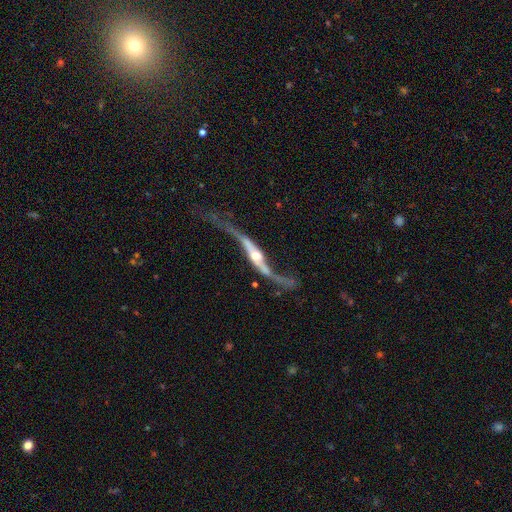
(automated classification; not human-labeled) Smooth or featured?
  - featured or disk: 88% *
  - smooth: 7%
  - star or artifact: 5%
Edge-on disk?
  - no: 52% *
  - yes: 48%
Merging?
  - none: 42% *
  - major disturbance: 31%
  - minor disturbance: 19%
  - merger: 8%